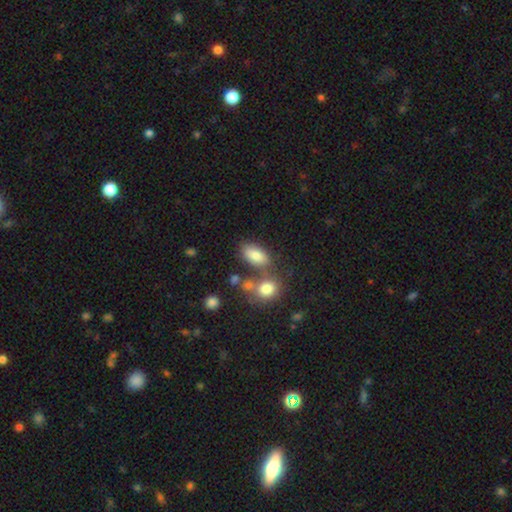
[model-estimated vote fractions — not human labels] This is likely a smooth galaxy (79%). How rounded: clearly in between (86%). Merging: likely none (60%).